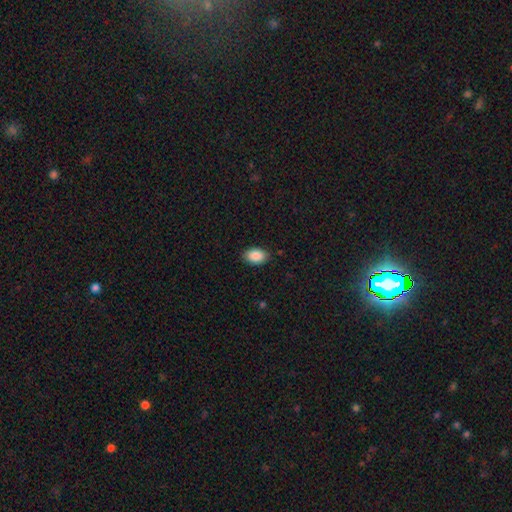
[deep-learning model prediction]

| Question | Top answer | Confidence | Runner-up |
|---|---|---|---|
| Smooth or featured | smooth | 89% | star or artifact (7%) |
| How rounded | in between | 88% | round (10%) |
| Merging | none | 87% | minor disturbance (10%) |